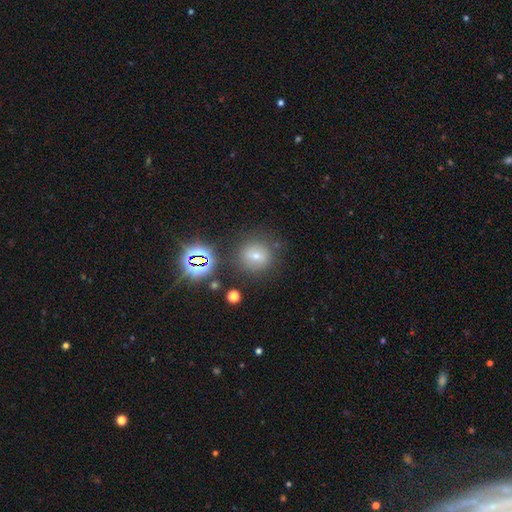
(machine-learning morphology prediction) A smooth galaxy with no disk features (52%) that is round (88%). Merging: none (81%).